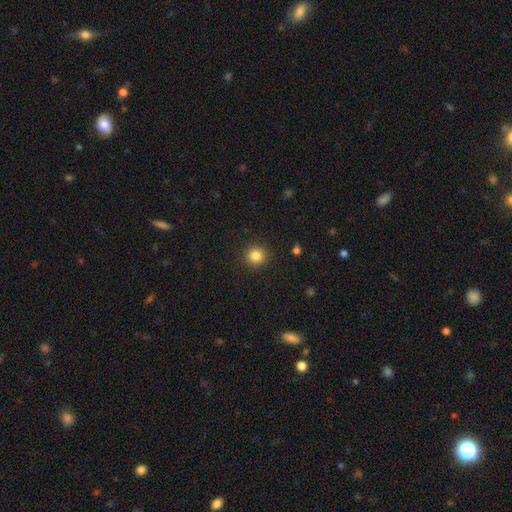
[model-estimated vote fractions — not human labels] This appears to be a smooth galaxy with no disk features (84%) that is round (94%). Merging: none (91%).